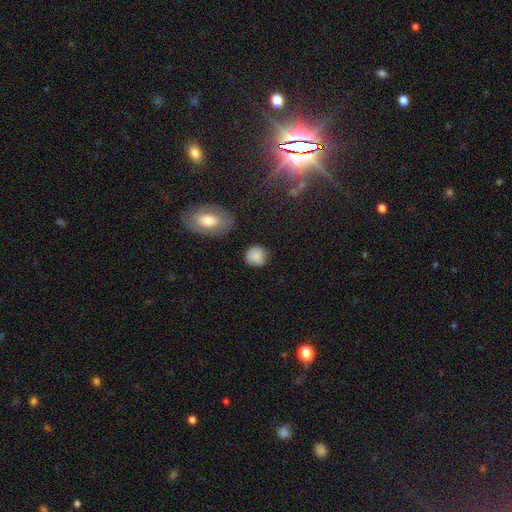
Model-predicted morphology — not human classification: Overall: smooth (83%). How rounded: round (82%). Merging: none (74%).